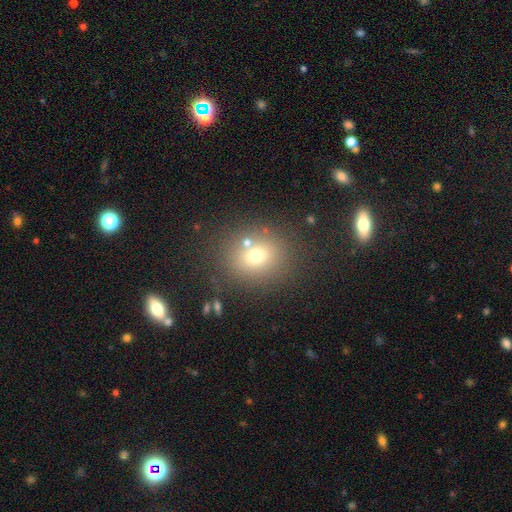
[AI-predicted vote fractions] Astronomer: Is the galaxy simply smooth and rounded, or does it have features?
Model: smooth — 69%.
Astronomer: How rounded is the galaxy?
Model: round — 59% (runner-up: in between, 40%).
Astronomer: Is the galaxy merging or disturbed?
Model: none — 74%.